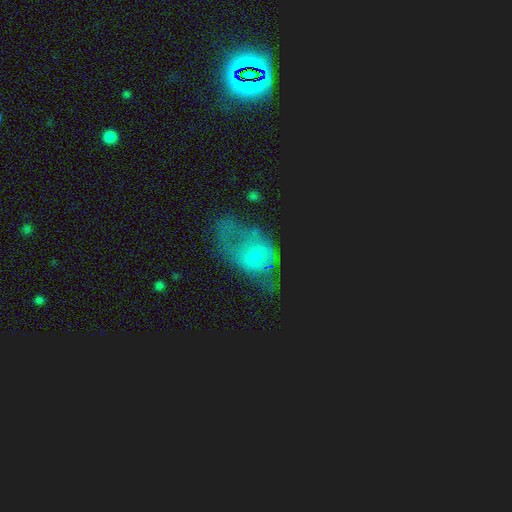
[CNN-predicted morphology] Overall: featured or disk (46%; smooth 31%). Merging: major disturbance (39%; none 32%).